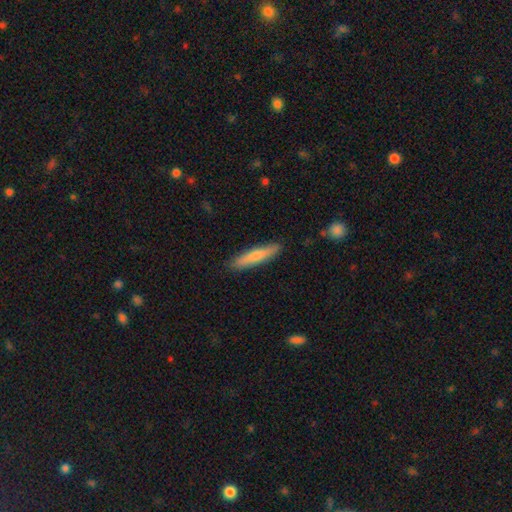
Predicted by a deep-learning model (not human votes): A smooth galaxy with no disk features (68%) that is cigar-shaped (89%). Merging: none (88%).